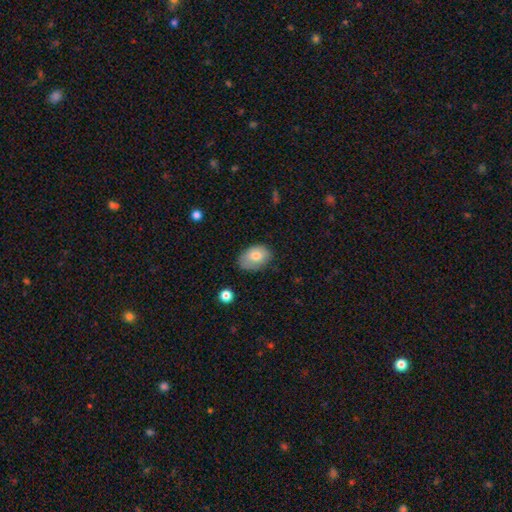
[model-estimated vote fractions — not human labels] Smooth or featured: smooth — 78% (featured or disk — 15%)
How rounded: in between — 84% (round — 15%)
Merging: none — 66% (minor disturbance — 27%)